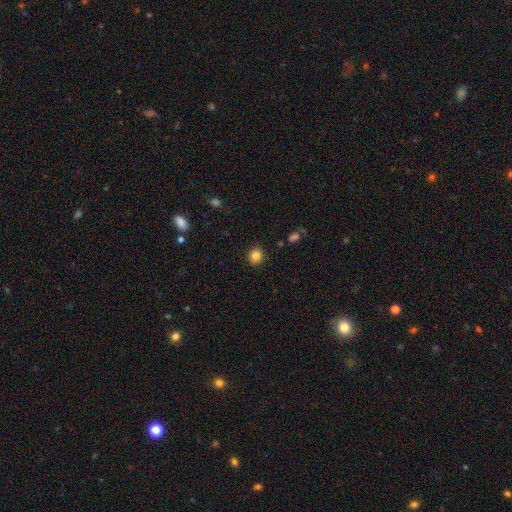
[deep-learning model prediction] smooth 84%, star or artifact 11%, featured or disk 5%. Down the decision tree: how rounded — round (86%); merging — none (91%).